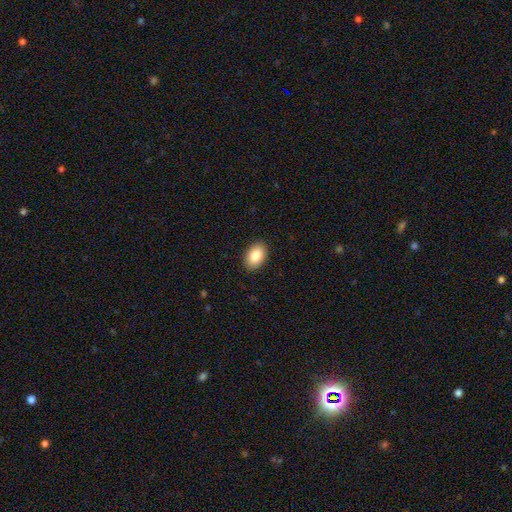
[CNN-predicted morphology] Smooth or featured? smooth (86%)
How rounded? in between (87%)
Merging? none (90%)